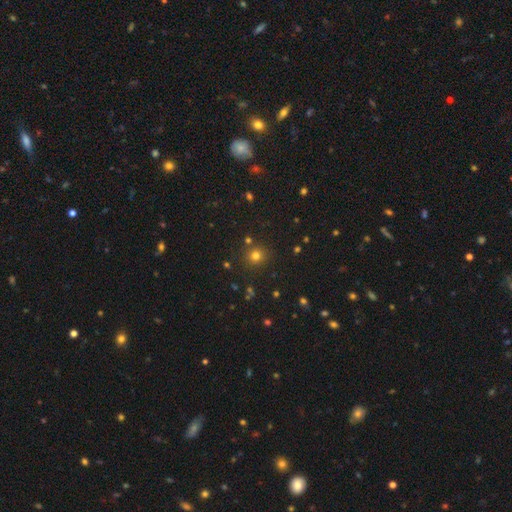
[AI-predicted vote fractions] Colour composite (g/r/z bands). It shows a smooth galaxy with no disk features (73%) that is round (90%). Merging: none (86%).